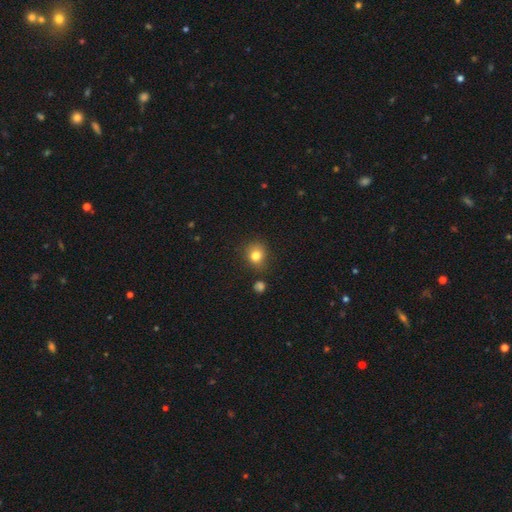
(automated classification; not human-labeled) A smooth galaxy with no disk features (80%) that is round (76%).

Vote fractions:
- Smooth or featured? smooth: 80% / star or artifact: 12% / featured or disk: 8%
- How rounded? round: 76% / in between: 23% / cigar-shaped: 1%
- Merging? none: 78% / minor disturbance: 14% / merger: 4% / major disturbance: 4%